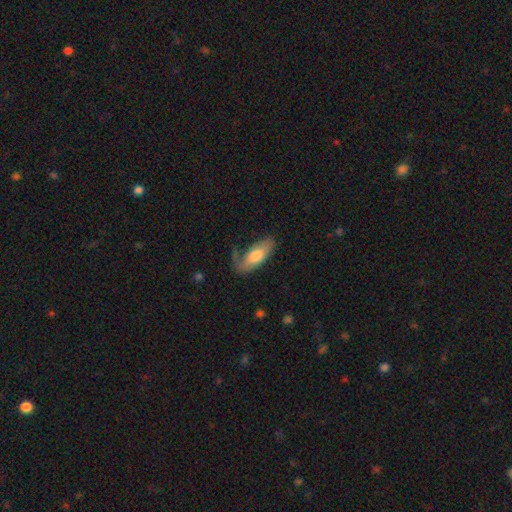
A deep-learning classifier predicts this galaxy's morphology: The model was most divided on "merging": none: 51%, minor disturbance: 27%, major disturbance: 17%, merger: 4%. More confident: how rounded — in between (78%); smooth or featured — smooth (68%).